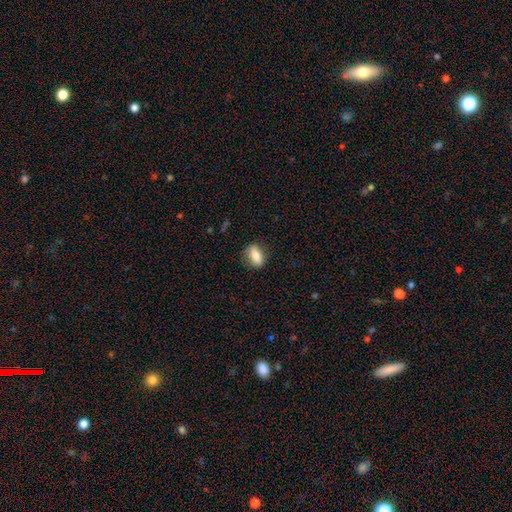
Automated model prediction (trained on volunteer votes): smooth 76%, featured or disk 17%, star or artifact 7%. Down the decision tree: how rounded — in between (80%); merging — none (80%).